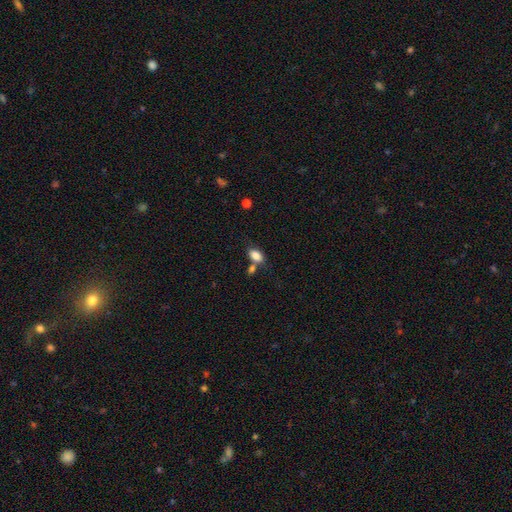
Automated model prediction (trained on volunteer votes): This is clearly a smooth galaxy (84%). How rounded: clearly in between (89%). Merging: possibly none (55%).